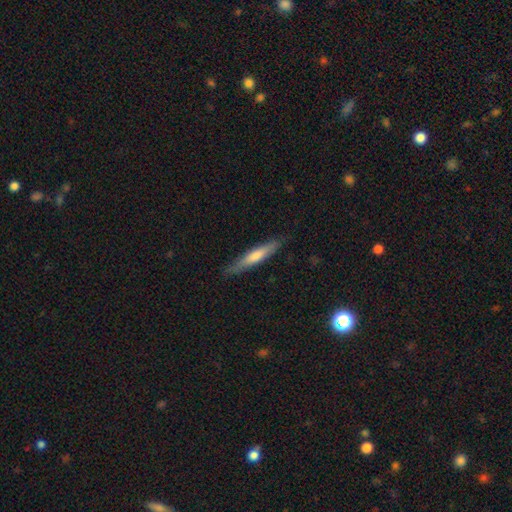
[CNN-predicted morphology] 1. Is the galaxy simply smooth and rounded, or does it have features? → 60% smooth, 35% featured or disk, 5% star or artifact.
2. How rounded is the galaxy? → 91% cigar-shaped, 8% in between, 1% round.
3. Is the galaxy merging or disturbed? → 85% none, 12% minor disturbance, 2% major disturbance, 1% merger.